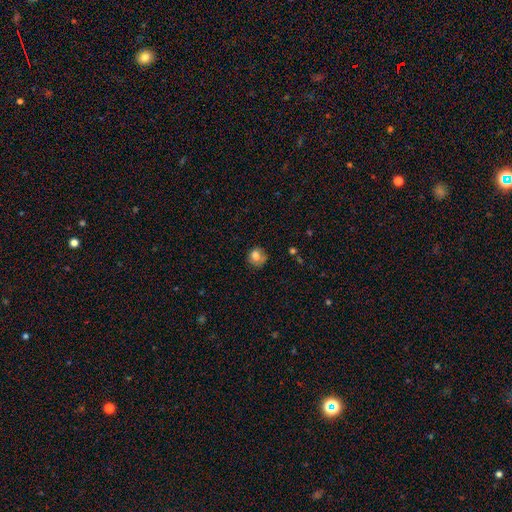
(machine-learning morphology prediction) The model was most divided on "merging": none: 58%, minor disturbance: 25%, major disturbance: 13%, merger: 4%. More confident: how rounded — round (79%); smooth or featured — smooth (75%).